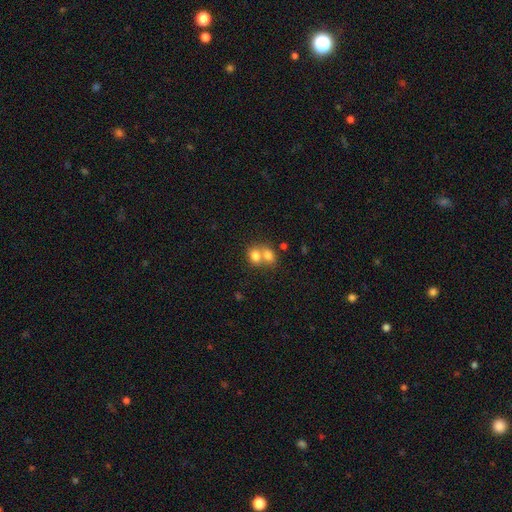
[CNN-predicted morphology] A smooth galaxy with no disk features (76%) that is round (53%).

Vote fractions:
- Smooth or featured? smooth: 76% / featured or disk: 14% / star or artifact: 10%
- How rounded? round: 53% / in between: 45% / cigar-shaped: 1%
- Merging? merger: 66% / none: 25% / minor disturbance: 6% / major disturbance: 3%